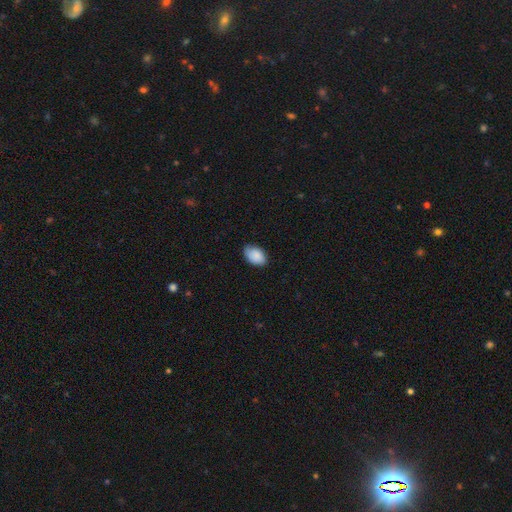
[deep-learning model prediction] Smooth or featured? Predicted: smooth (p=0.87). How rounded? Predicted: in between (p=0.89). Merging? Predicted: none (p=0.75).